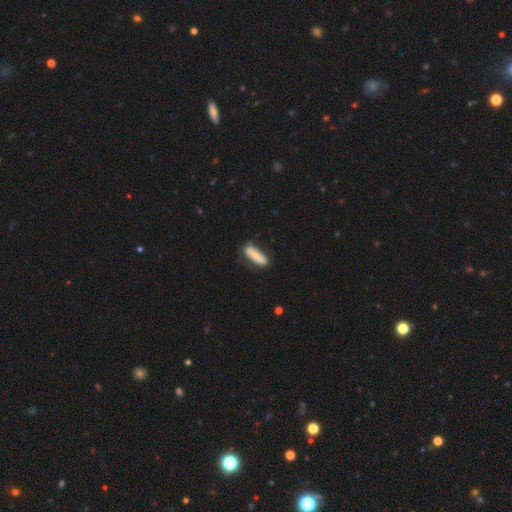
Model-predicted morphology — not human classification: smooth 73%, featured or disk 21%, star or artifact 6%. Down the decision tree: how rounded — cigar-shaped (62%); merging — none (76%).